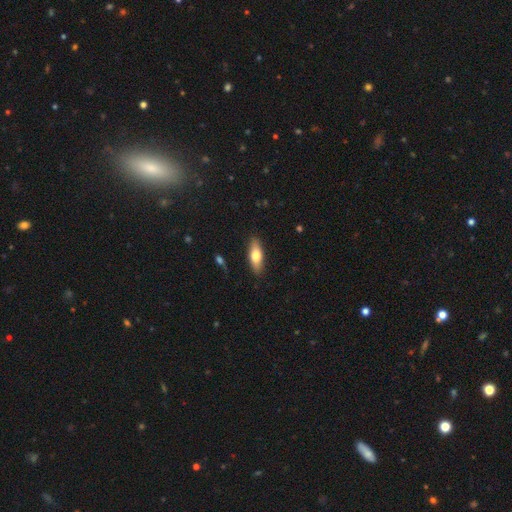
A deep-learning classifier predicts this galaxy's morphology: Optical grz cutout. It shows a smooth galaxy with no disk features (68%) that is in between round and cigar-shaped (63%). Merging: none (87%).